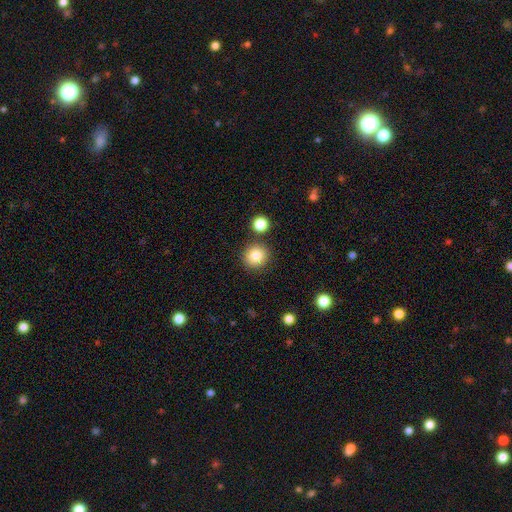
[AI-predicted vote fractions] This appears to be a smooth galaxy with no disk features (84%) that is round (93%). Merging: none (85%).